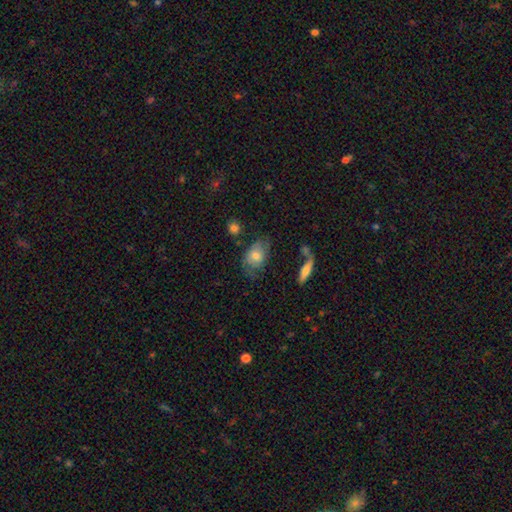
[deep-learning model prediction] Smooth or featured?
  - smooth: 58% *
  - featured or disk: 35%
  - star or artifact: 8%
How rounded?
  - in between: 77% *
  - round: 21%
  - cigar-shaped: 2%
Merging?
  - none: 48% *
  - minor disturbance: 28%
  - major disturbance: 20%
  - merger: 5%